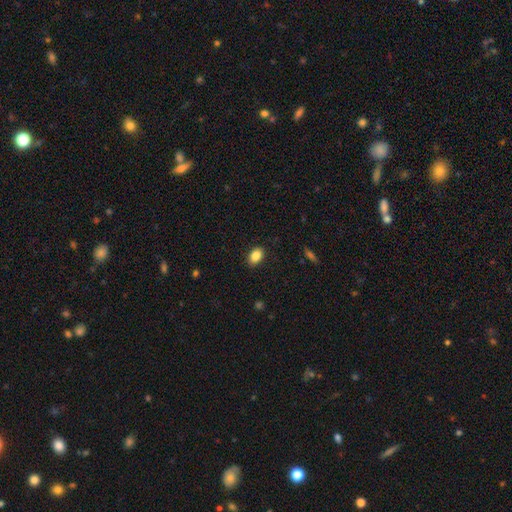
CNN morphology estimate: This is clearly a smooth galaxy (86%). How rounded: clearly in between (85%). Merging: clearly none (88%).